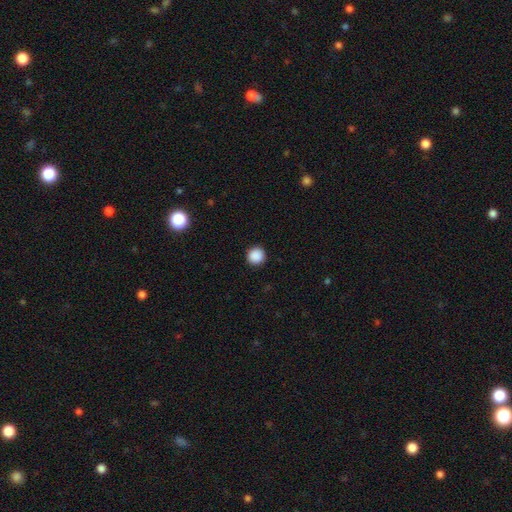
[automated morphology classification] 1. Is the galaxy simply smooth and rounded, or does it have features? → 89% smooth, 9% star or artifact, 2% featured or disk.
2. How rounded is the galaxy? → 94% round, 5% in between, 1% cigar-shaped.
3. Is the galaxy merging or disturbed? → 92% none, 5% minor disturbance, 2% major disturbance, 1% merger.